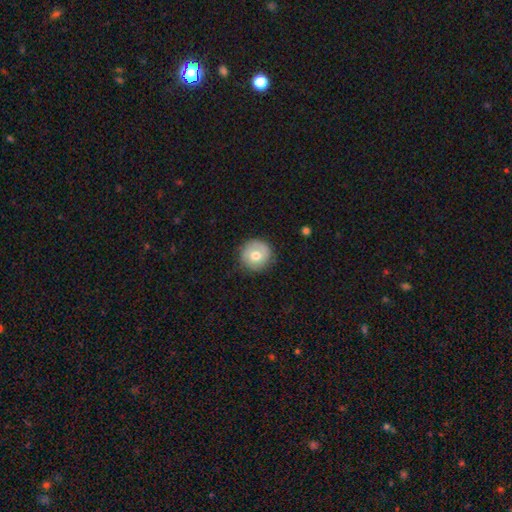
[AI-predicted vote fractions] Overall: smooth (63%; featured or disk 29%). How rounded: round (93%). Merging: none (83%).